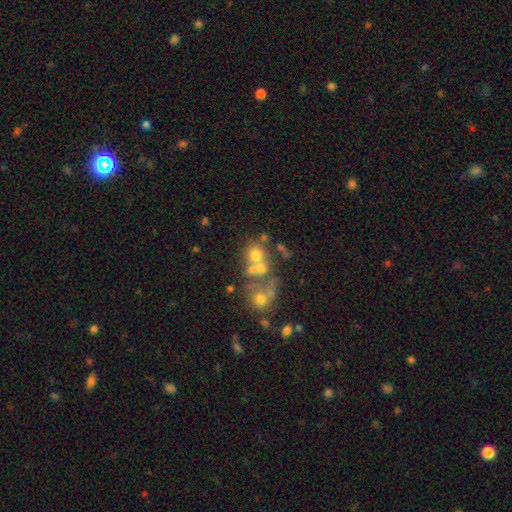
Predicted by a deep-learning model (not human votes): Smooth or featured: smooth — 50% (featured or disk — 30%)
Merging: merger — 47% (none — 35%)